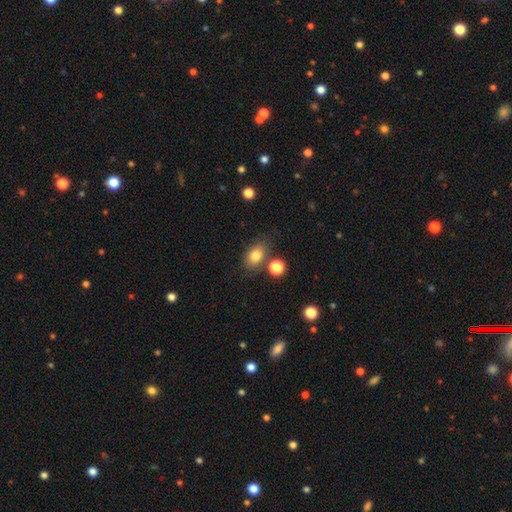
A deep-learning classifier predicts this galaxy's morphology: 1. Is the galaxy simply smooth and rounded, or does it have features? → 81% smooth, 10% star or artifact, 9% featured or disk.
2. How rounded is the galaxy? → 75% in between, 23% round, 2% cigar-shaped.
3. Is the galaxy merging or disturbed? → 69% none, 15% minor disturbance, 11% merger, 4% major disturbance.